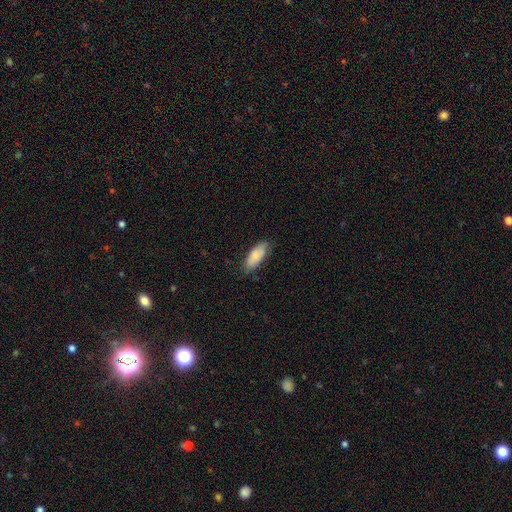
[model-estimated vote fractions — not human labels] Smooth or featured: smooth — 82% (featured or disk — 12%)
How rounded: in between — 82% (cigar-shaped — 16%)
Merging: none — 79% (minor disturbance — 17%)